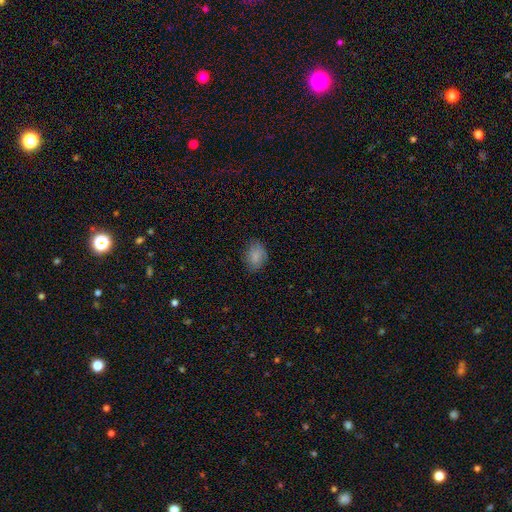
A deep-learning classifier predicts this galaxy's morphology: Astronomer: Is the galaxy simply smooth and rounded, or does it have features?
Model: smooth — 84%.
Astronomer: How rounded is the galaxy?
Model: in between — 69%.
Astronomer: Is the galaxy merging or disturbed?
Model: none — 78%.